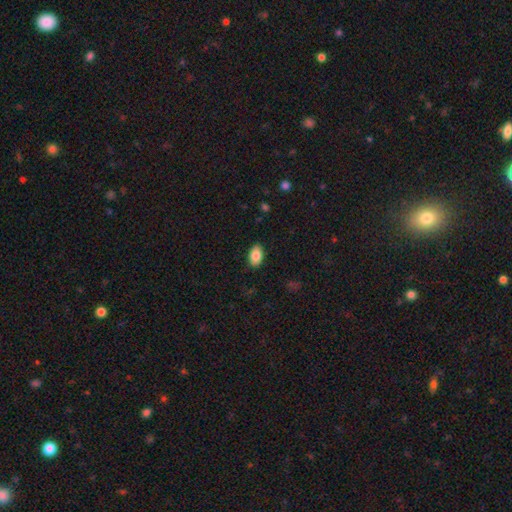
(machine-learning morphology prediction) smooth_or_featured: smooth (p=0.86) [alt: star or artifact p=0.07]
how_rounded: in between (p=0.92) [alt: round p=0.06]
merging: none (p=0.88) [alt: minor disturbance p=0.09]